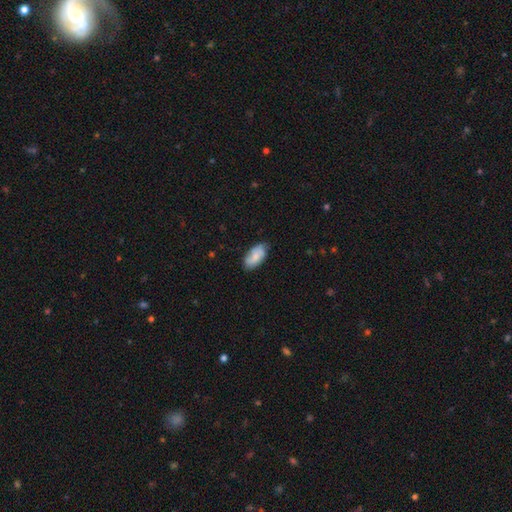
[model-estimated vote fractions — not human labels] This is likely a smooth galaxy (64%). How rounded: clearly in between (92%). Merging: likely none (70%).